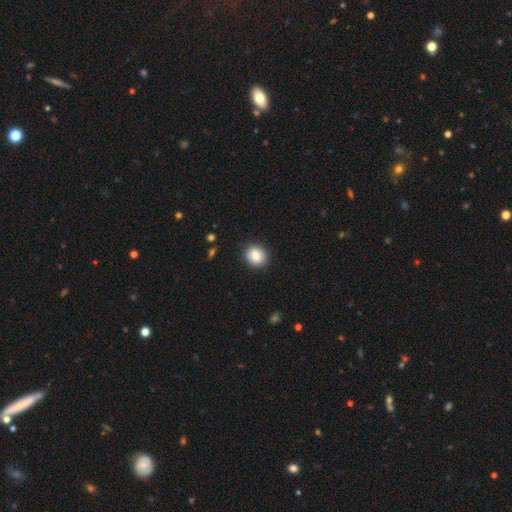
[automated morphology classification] A smooth galaxy with no disk features (84%) that is round (73%).

Vote fractions:
- Smooth or featured? smooth: 84% / star or artifact: 9% / featured or disk: 7%
- How rounded? round: 73% / in between: 26% / cigar-shaped: 1%
- Merging? none: 89% / minor disturbance: 8% / major disturbance: 2% / merger: 1%